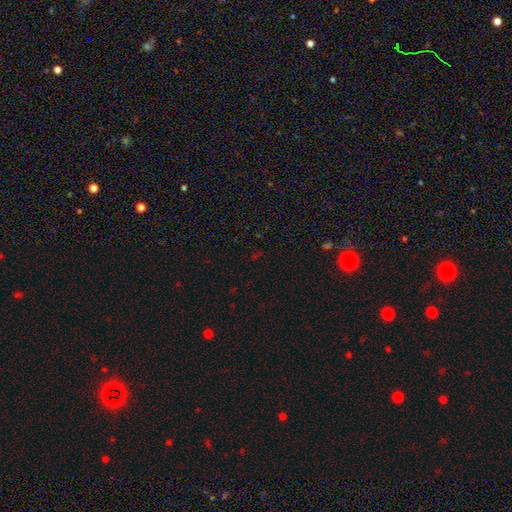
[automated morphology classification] star or artifact 67%, smooth 25%, featured or disk 8%.